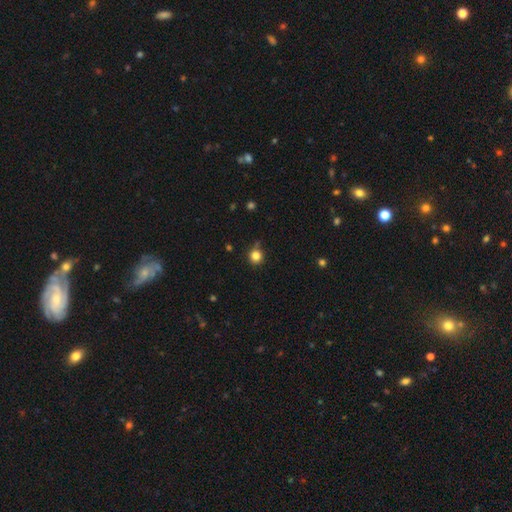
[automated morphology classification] Smooth or featured: smooth — 82% (star or artifact — 13%)
How rounded: round — 92% (in between — 7%)
Merging: none — 78% (minor disturbance — 15%)